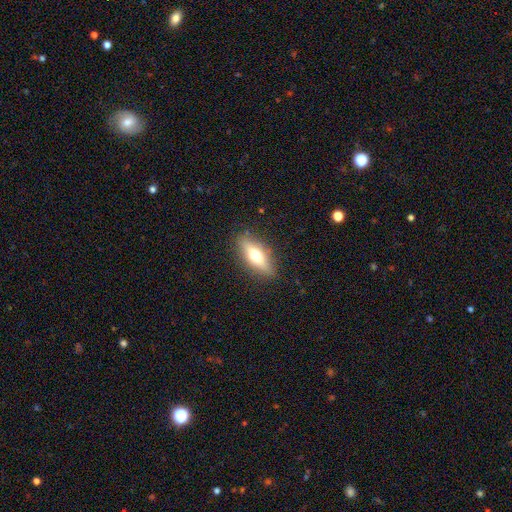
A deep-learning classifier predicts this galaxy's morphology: The model was most divided on "smooth or featured": smooth: 53%, featured or disk: 39%, star or artifact: 7%. More confident: merging — none (86%); how rounded — in between (59%).